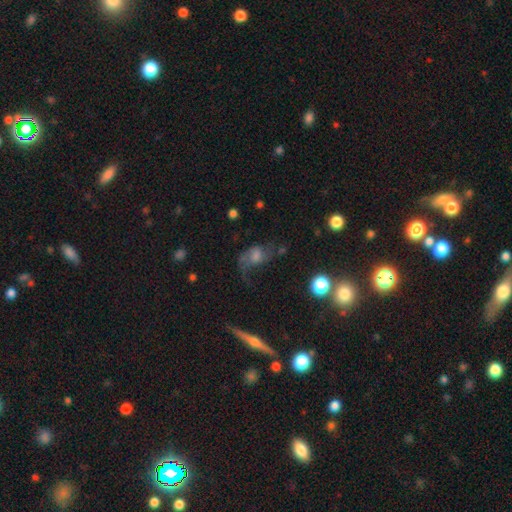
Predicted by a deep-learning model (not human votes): The model was most divided on "bulge size": moderate: 43%, small: 28%, large: 14%, none: 13%, dominant: 3%. Remaining: edge-on disk — no (90%); spiral arms — yes (80%); bar — no (63%); smooth or featured — featured or disk (58%); merging — none (45%).